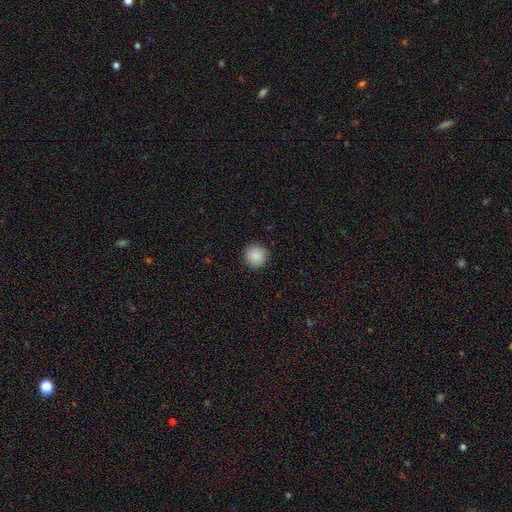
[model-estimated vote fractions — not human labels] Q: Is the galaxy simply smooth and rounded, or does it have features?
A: smooth — 88%.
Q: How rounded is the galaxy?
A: round — 95%.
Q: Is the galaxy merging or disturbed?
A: none — 91%.